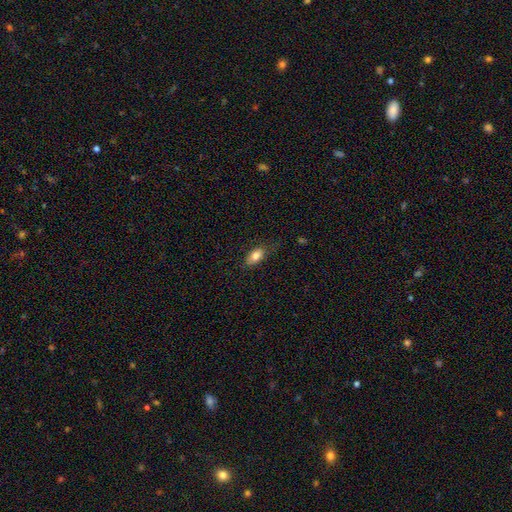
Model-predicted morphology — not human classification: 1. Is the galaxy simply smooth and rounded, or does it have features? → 81% smooth, 12% featured or disk, 8% star or artifact.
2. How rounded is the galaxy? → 88% in between, 7% cigar-shaped, 5% round.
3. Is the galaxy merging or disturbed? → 73% none, 20% minor disturbance, 5% major disturbance, 1% merger.